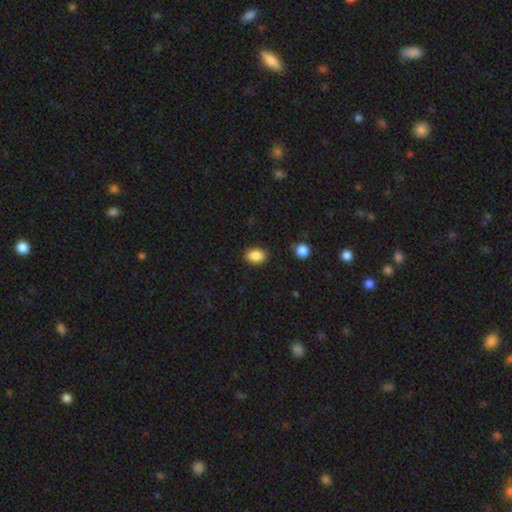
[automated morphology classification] smooth_or_featured: smooth (p=0.87) [alt: star or artifact p=0.09]
how_rounded: in between (p=0.72) [alt: round p=0.27]
merging: none (p=0.85) [alt: minor disturbance p=0.11]